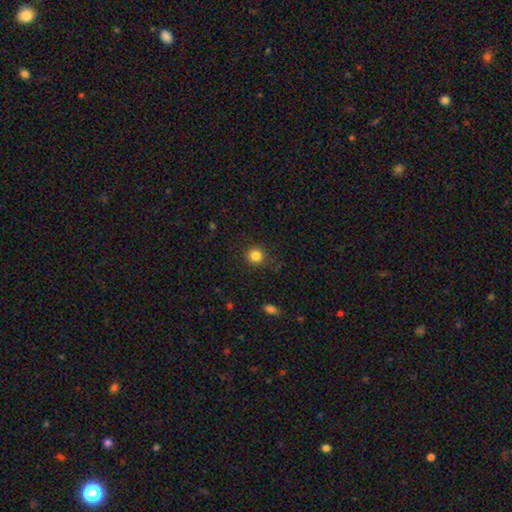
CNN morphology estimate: This appears to be a smooth galaxy with no disk features (84%) that is round (92%). Merging: none (90%).